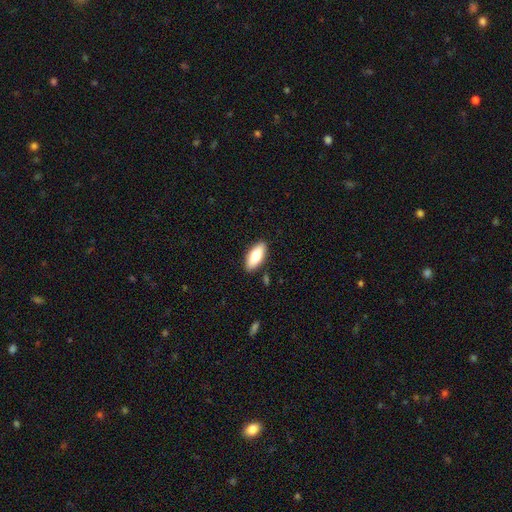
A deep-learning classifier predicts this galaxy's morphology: Smooth or featured: smooth — 75% (featured or disk — 19%)
How rounded: in between — 81% (cigar-shaped — 17%)
Merging: none — 88% (minor disturbance — 9%)